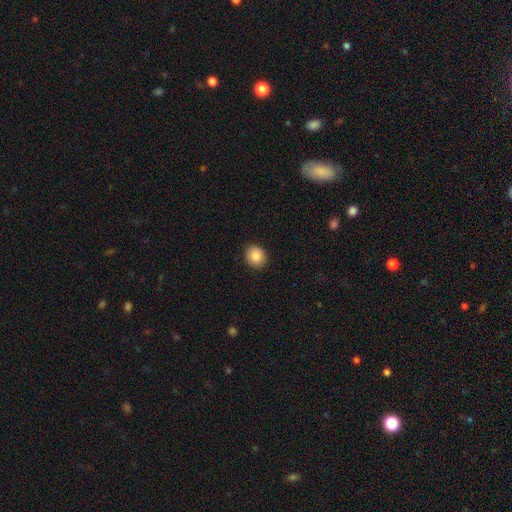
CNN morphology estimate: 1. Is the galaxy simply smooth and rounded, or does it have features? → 87% smooth, 8% star or artifact, 5% featured or disk.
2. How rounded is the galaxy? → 77% round, 22% in between, 1% cigar-shaped.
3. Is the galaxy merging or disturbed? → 91% none, 6% minor disturbance, 2% major disturbance, 1% merger.